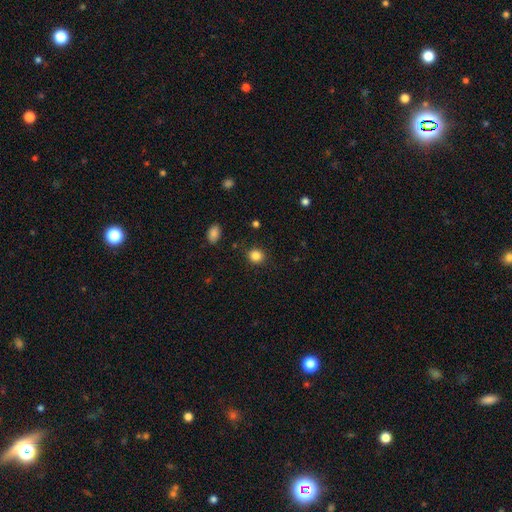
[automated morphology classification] A smooth galaxy with no disk features (85%) that is round (84%).

Vote fractions:
- Smooth or featured? smooth: 85% / star or artifact: 11% / featured or disk: 4%
- How rounded? round: 84% / in between: 15% / cigar-shaped: 1%
- Merging? none: 90% / minor disturbance: 6% / major disturbance: 2% / merger: 1%